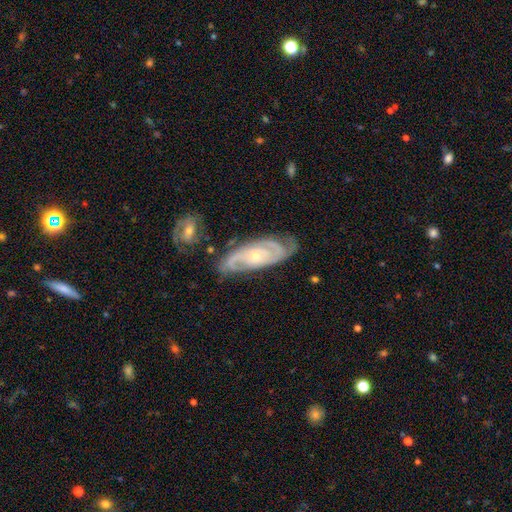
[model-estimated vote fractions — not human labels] Q: Smooth or featured?
A: featured or disk (87%); runner-up: smooth (8%)
Q: Edge-on disk?
A: no (93%); runner-up: yes (7%)
Q: Bar?
A: no (68%); runner-up: weak (24%)
Q: Spiral arms?
A: yes (97%); runner-up: no (3%)
Q: Spiral winding?
A: tight (63%); runner-up: medium (31%)
Q: Spiral arm count?
A: 2 (55%); runner-up: 3 (19%)
Q: Bulge size?
A: small (65%); runner-up: moderate (31%)
Q: Merging?
A: none (70%); runner-up: minor disturbance (20%)